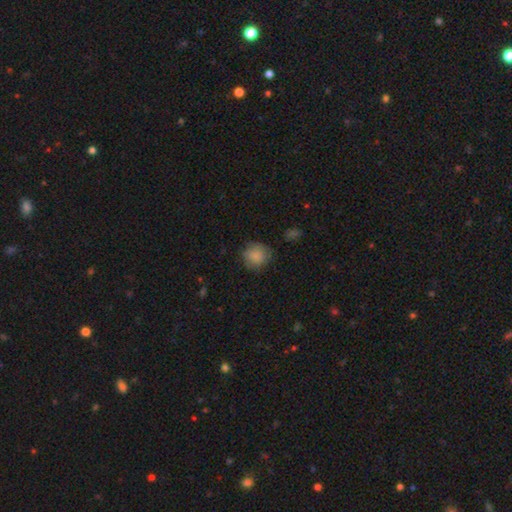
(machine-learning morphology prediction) The model was most divided on "merging": none: 76%, minor disturbance: 18%, major disturbance: 5%, merger: 1%. More confident: how rounded — round (86%); smooth or featured — smooth (85%).